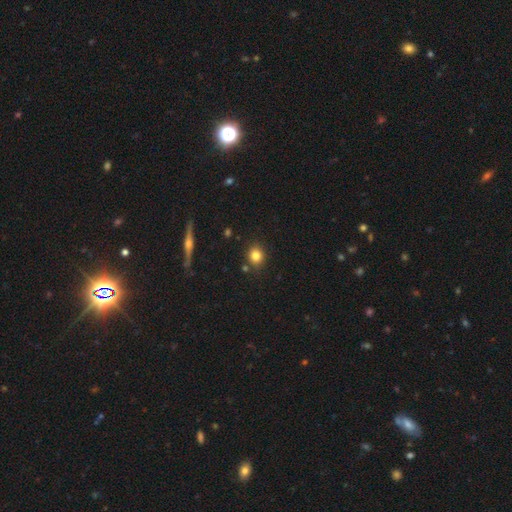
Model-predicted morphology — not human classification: type=smooth (81%); roundness=round (73%); merging=none (83%).